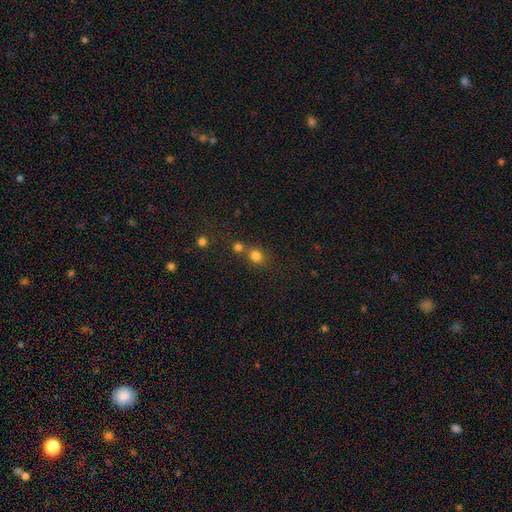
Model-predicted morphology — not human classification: Smooth or featured? Predicted: smooth (p=0.79). How rounded? Predicted: round (p=0.71). Merging? Predicted: none (p=0.53).